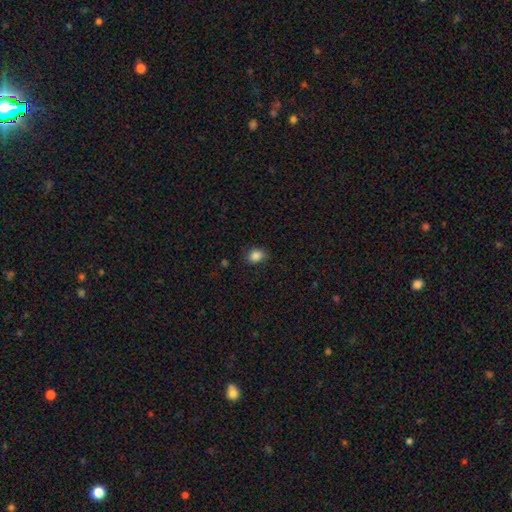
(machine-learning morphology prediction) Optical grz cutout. It shows a smooth galaxy with no disk features (86%) that is in between round and cigar-shaped (52%). Merging: none (84%).